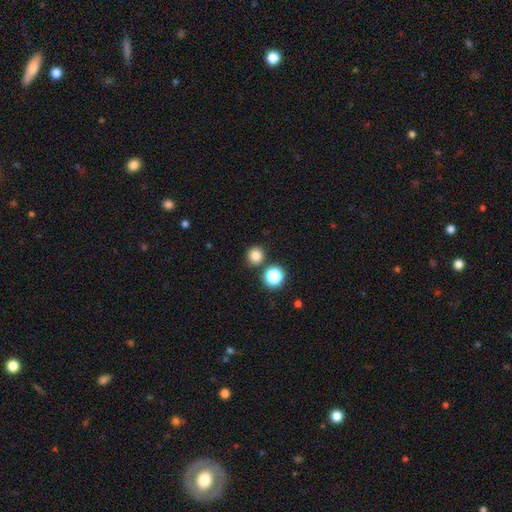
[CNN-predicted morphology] Overall: smooth (80%). How rounded: round (92%). Merging: none (83%).